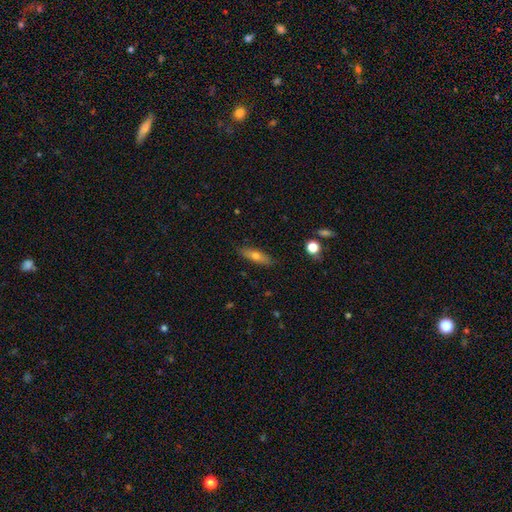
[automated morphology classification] A smooth galaxy with no disk features (61%) that is cigar-shaped (59%).

Vote fractions:
- Smooth or featured? smooth: 61% / featured or disk: 31% / star or artifact: 7%
- How rounded? cigar-shaped: 59% / in between: 38% / round: 3%
- Merging? none: 86% / minor disturbance: 11% / major disturbance: 2% / merger: 1%